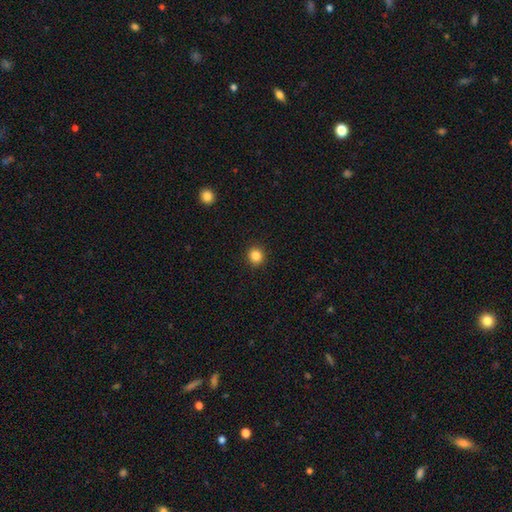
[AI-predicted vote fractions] The model was most divided on "smooth or featured": smooth: 85%, star or artifact: 11%, featured or disk: 4%. More confident: merging — none (93%); how rounded — round (90%).